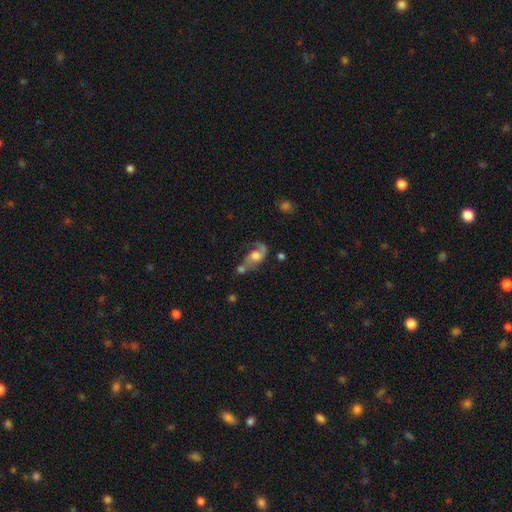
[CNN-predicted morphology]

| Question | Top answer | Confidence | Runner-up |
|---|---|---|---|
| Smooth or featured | featured or disk | 66% | smooth (26%) |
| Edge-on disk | no | 96% | yes (4%) |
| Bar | no | 65% | weak (29%) |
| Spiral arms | yes | 86% | no (14%) |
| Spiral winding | loose | 53% | medium (35%) |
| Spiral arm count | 2 | 57% | 1 (35%) |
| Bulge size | moderate | 49% | large (30%) |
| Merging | none | 31% | merger (28%) |